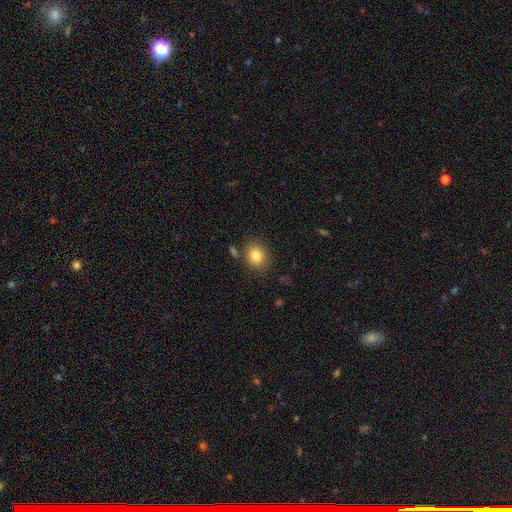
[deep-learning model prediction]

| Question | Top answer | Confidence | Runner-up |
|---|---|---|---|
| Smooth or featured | smooth | 82% | star or artifact (10%) |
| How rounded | round | 67% | in between (32%) |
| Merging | none | 81% | minor disturbance (11%) |